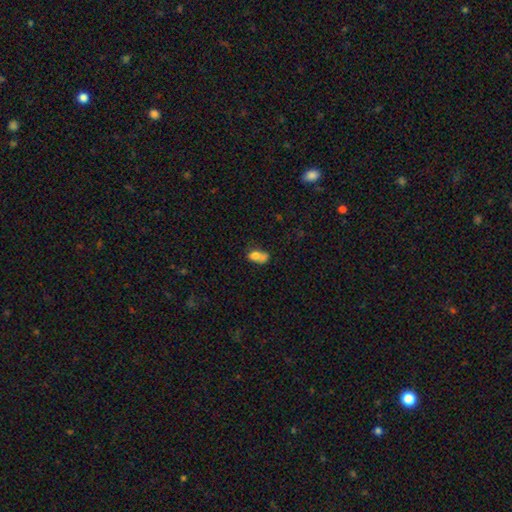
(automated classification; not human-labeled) Q: Smooth or featured?
A: smooth (71%); runner-up: featured or disk (19%)
Q: How rounded?
A: in between (78%); runner-up: round (20%)
Q: Merging?
A: merger (36%); runner-up: none (26%)